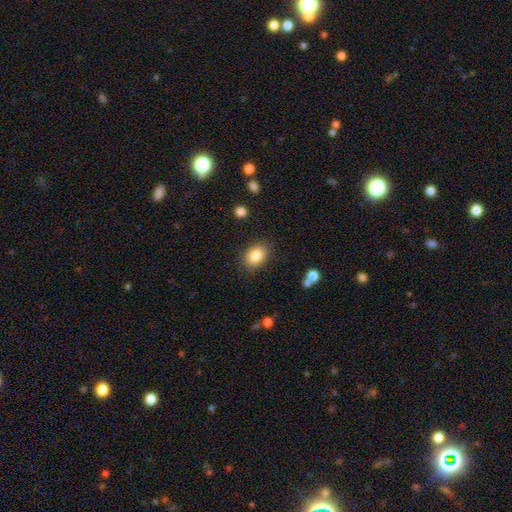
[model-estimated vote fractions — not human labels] Smooth or featured?
  - smooth: 84% *
  - star or artifact: 8%
  - featured or disk: 7%
How rounded?
  - in between: 76% *
  - round: 23%
  - cigar-shaped: 1%
Merging?
  - none: 87% *
  - minor disturbance: 9%
  - major disturbance: 3%
  - merger: 2%